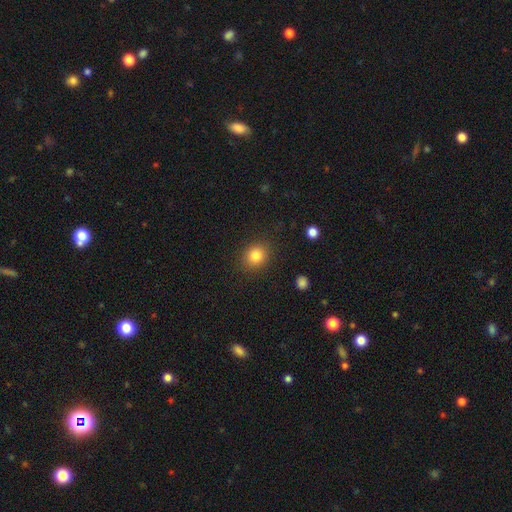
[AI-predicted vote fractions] A smooth galaxy with no disk features (83%) that is round (74%).

Vote fractions:
- Smooth or featured? smooth: 83% / star or artifact: 10% / featured or disk: 6%
- How rounded? round: 74% / in between: 25% / cigar-shaped: 1%
- Merging? none: 88% / minor disturbance: 8% / major disturbance: 3% / merger: 1%